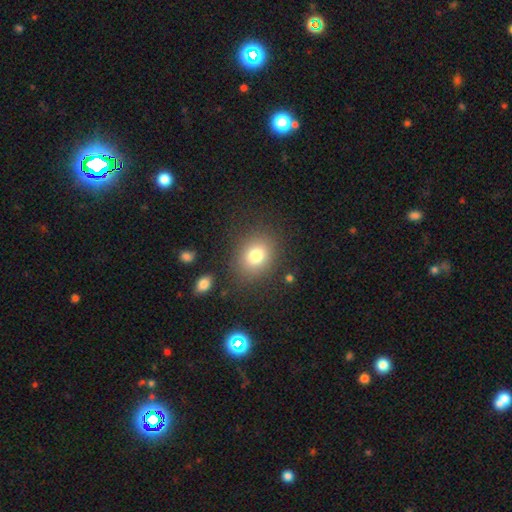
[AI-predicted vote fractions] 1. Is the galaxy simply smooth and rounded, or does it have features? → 78% smooth, 12% star or artifact, 10% featured or disk.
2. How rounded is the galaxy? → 61% round, 38% in between, 1% cigar-shaped.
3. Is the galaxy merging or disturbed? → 84% none, 9% minor disturbance, 4% major disturbance, 2% merger.